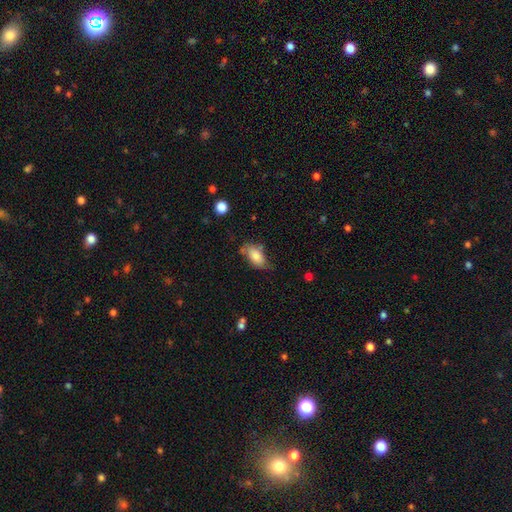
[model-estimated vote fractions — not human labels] Smooth or featured: smooth — 79% (featured or disk — 13%)
How rounded: in between — 91% (cigar-shaped — 4%)
Merging: none — 57% (minor disturbance — 29%)